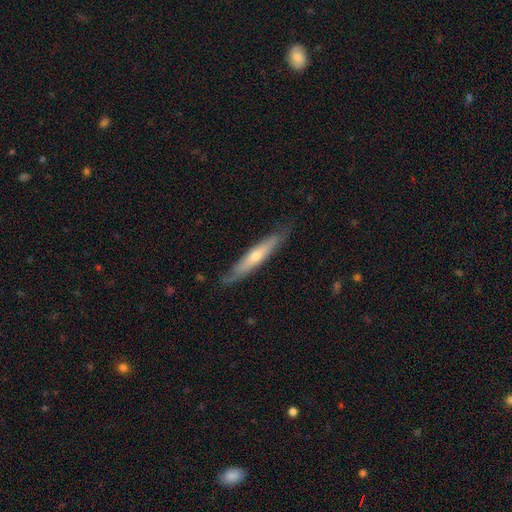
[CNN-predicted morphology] Q: Smooth or featured?
A: featured or disk (52%); runner-up: smooth (42%)
Q: Edge-on disk?
A: yes (81%); runner-up: no (19%)
Q: Merging?
A: none (80%); runner-up: minor disturbance (16%)